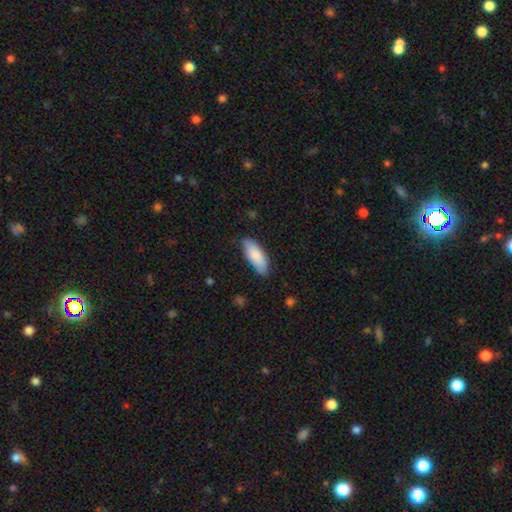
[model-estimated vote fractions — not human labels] Smooth or featured? Predicted: smooth (p=0.86). How rounded? Predicted: in between (p=0.76). Merging? Predicted: none (p=0.78).